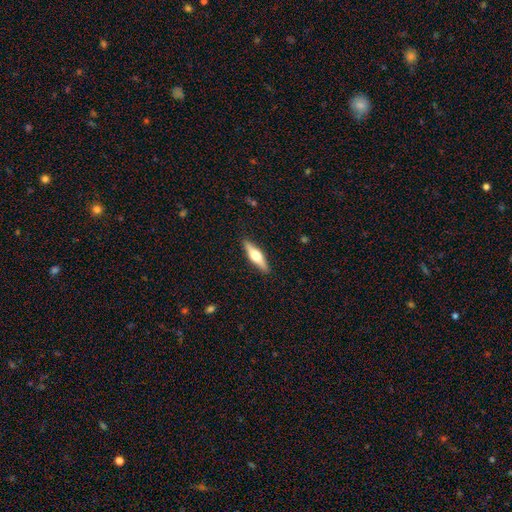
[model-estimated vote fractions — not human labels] A featured or disk galaxy (54%) viewed edge-on (94%) with a rounded central bulge (95%). Merging: none (89%).